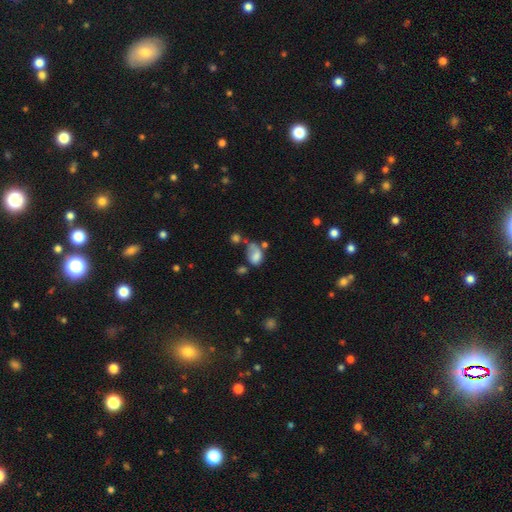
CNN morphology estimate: The model was most divided on "merging" (2-way tie): major disturbance: 27%, merger: 27%, minor disturbance: 23%, none: 23%. More confident: how rounded — in between (81%); smooth or featured — smooth (68%).